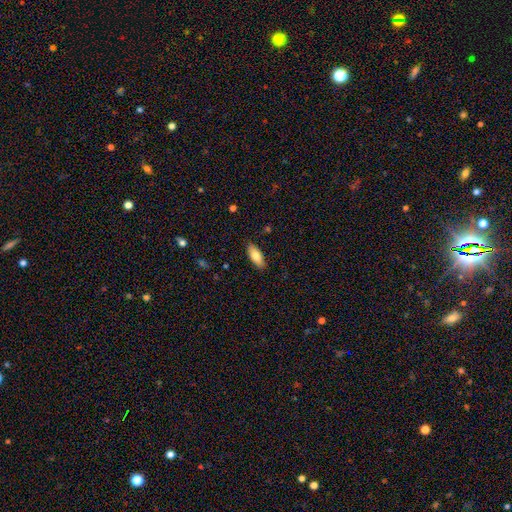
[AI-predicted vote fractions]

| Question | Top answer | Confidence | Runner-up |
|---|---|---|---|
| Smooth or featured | smooth | 80% | featured or disk (14%) |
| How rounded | in between | 80% | cigar-shaped (18%) |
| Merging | none | 88% | minor disturbance (9%) |